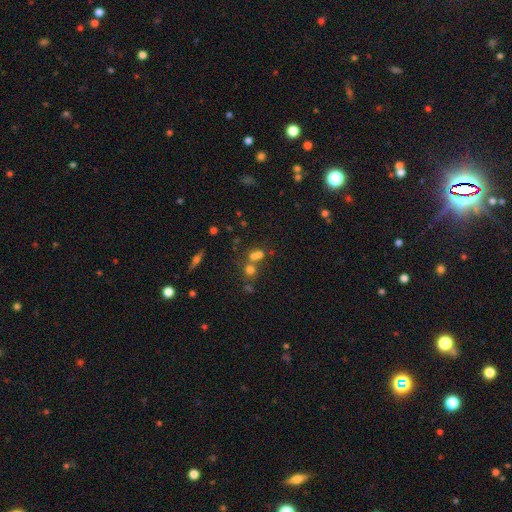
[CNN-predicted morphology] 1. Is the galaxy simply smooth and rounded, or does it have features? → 59% smooth, 23% star or artifact, 18% featured or disk.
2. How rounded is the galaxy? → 70% round, 28% in between, 2% cigar-shaped.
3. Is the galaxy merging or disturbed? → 50% merger, 39% none, 7% minor disturbance, 5% major disturbance.